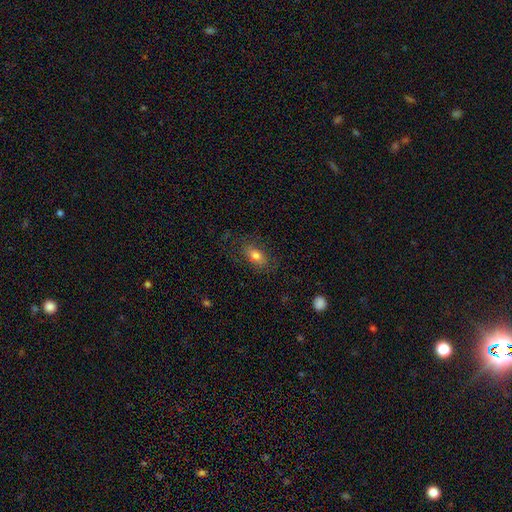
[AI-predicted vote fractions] smooth_or_featured: smooth (p=0.73) [alt: featured or disk p=0.17]
how_rounded: in between (p=0.85) [alt: round p=0.11]
merging: none (p=0.71) [alt: minor disturbance p=0.18]